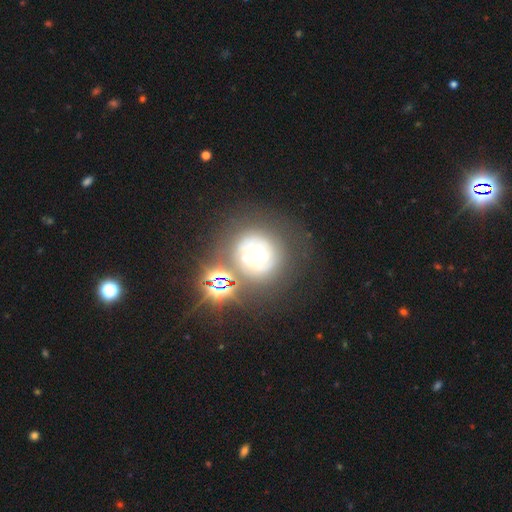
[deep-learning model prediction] The model was most divided on "spiral arms": yes: 62%, no: 38%. More confident: edge-on disk — no (95%); bar — no (82%); merging — none (65%); bulge size — moderate (60%); smooth or featured — featured or disk (53%).